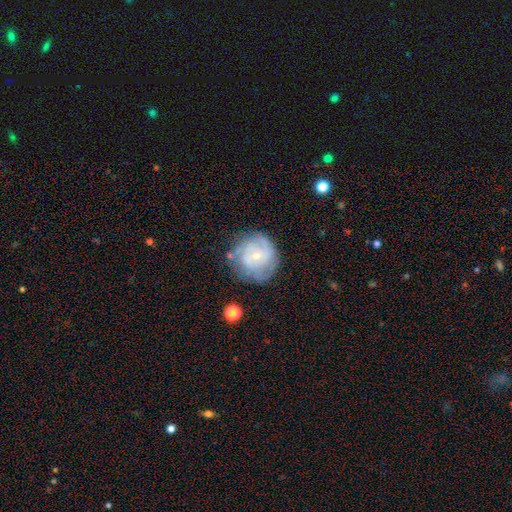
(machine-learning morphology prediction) smooth_or_featured: featured or disk (p=0.68) [alt: smooth p=0.25]
disk_edge_on: no (p=0.98) [alt: yes p=0.02]
bar: no (p=0.69) [alt: weak p=0.27]
has_spiral_arms: yes (p=0.83) [alt: no p=0.17]
spiral_winding: tight (p=0.58) [alt: medium p=0.31]
spiral_arm_count: can't tell (p=0.42) [alt: 2 p=0.24]
bulge_size: small (p=0.73) [alt: moderate p=0.23]
merging: none (p=0.69) [alt: minor disturbance p=0.20]